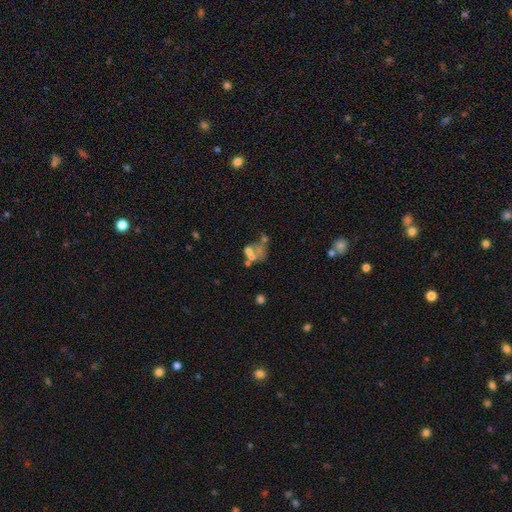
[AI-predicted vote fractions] Smooth or featured? Predicted: star or artifact (p=0.35).